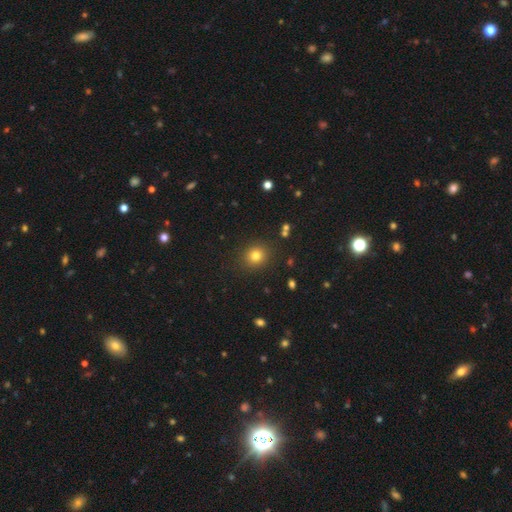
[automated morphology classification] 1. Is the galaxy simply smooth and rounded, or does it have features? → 79% smooth, 14% star or artifact, 7% featured or disk.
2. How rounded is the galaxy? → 82% round, 17% in between, 1% cigar-shaped.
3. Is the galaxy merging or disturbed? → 89% none, 7% minor disturbance, 3% major disturbance, 2% merger.